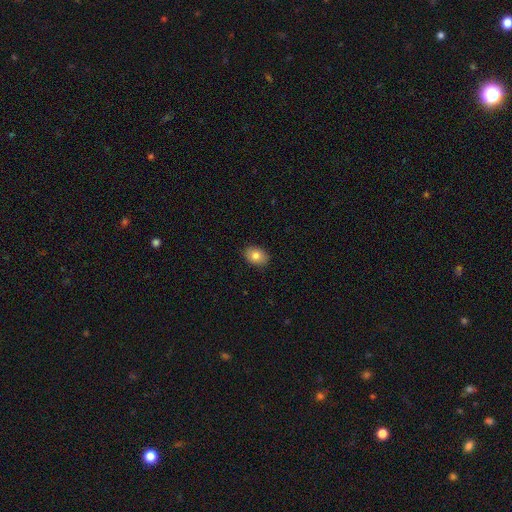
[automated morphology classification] Smooth or featured?
  - smooth: 81% *
  - featured or disk: 11%
  - star or artifact: 8%
How rounded?
  - in between: 73% *
  - round: 26%
  - cigar-shaped: 1%
Merging?
  - none: 88% *
  - minor disturbance: 9%
  - major disturbance: 2%
  - merger: 1%